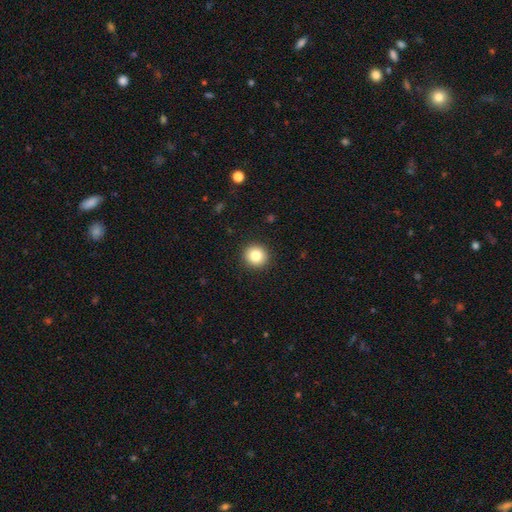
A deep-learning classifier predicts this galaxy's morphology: Smooth or featured?
  - smooth: 83% *
  - star or artifact: 10%
  - featured or disk: 7%
How rounded?
  - round: 92% *
  - in between: 7%
  - cigar-shaped: 1%
Merging?
  - none: 92% *
  - minor disturbance: 5%
  - major disturbance: 2%
  - merger: 1%